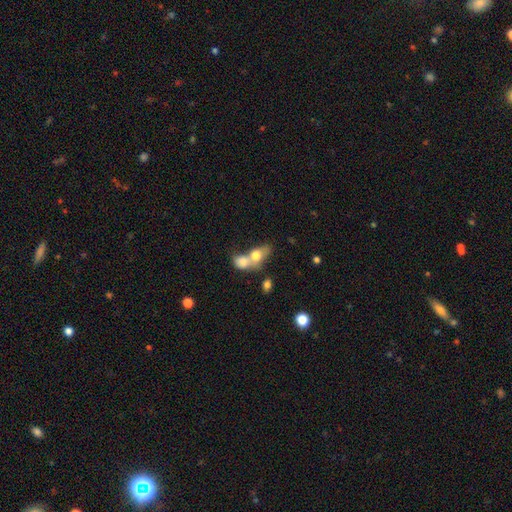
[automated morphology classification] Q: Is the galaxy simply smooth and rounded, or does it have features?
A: smooth — 71%.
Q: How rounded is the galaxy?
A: in between — 72%.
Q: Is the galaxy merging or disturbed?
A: merger — 73%.